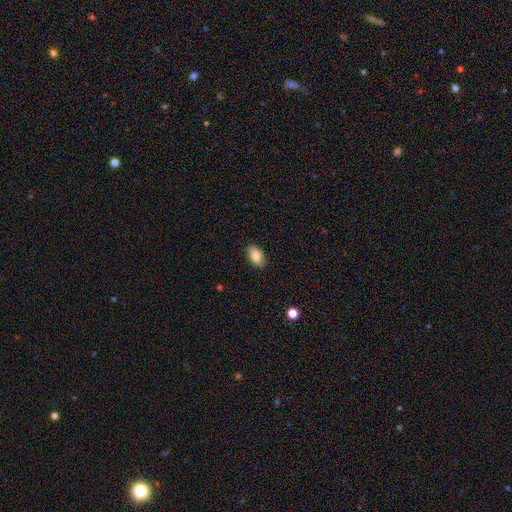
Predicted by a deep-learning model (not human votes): Smooth or featured?
  - smooth: 82% *
  - featured or disk: 10%
  - star or artifact: 8%
How rounded?
  - in between: 91% *
  - round: 6%
  - cigar-shaped: 3%
Merging?
  - none: 85% *
  - minor disturbance: 12%
  - major disturbance: 2%
  - merger: 1%